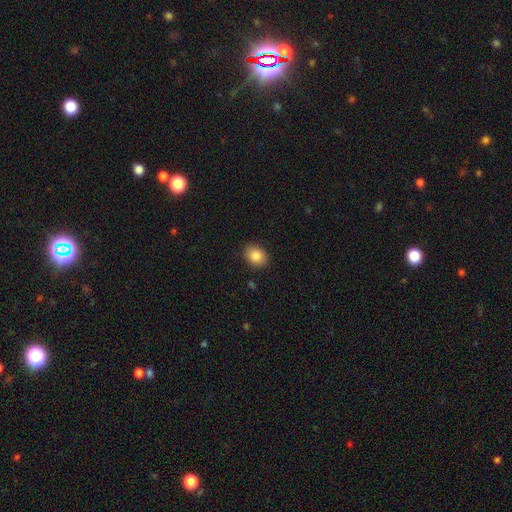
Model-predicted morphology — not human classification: The model was most divided on "how rounded": in between: 51%, round: 48%, cigar-shaped: 1%. More confident: merging — none (89%); smooth or featured — smooth (87%).